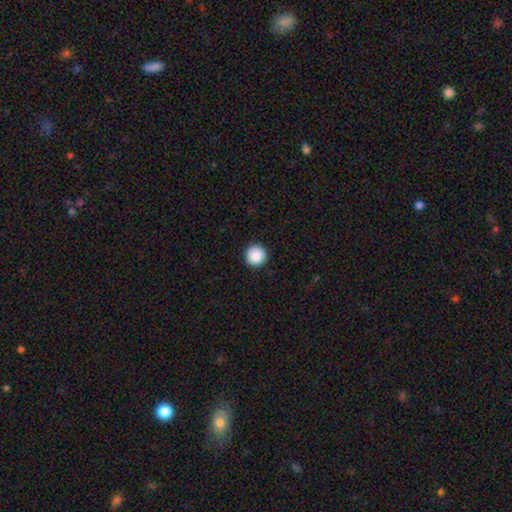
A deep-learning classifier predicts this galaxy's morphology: Q: Smooth or featured?
A: smooth (89%); runner-up: star or artifact (8%)
Q: How rounded?
A: round (96%); runner-up: in between (3%)
Q: Merging?
A: none (93%); runner-up: minor disturbance (4%)